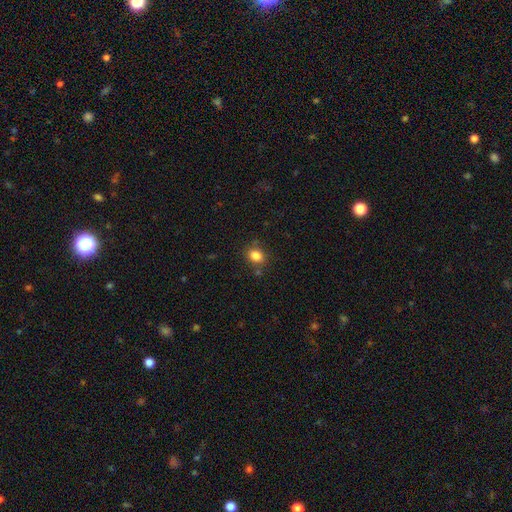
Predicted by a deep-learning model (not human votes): smooth-or-featured: smooth: 84% | star or artifact: 11% | featured or disk: 5%
  how-rounded: in between: 51% | round: 48% | cigar-shaped: 1%
  merging: none: 79% | minor disturbance: 13% | merger: 5% | major disturbance: 4%